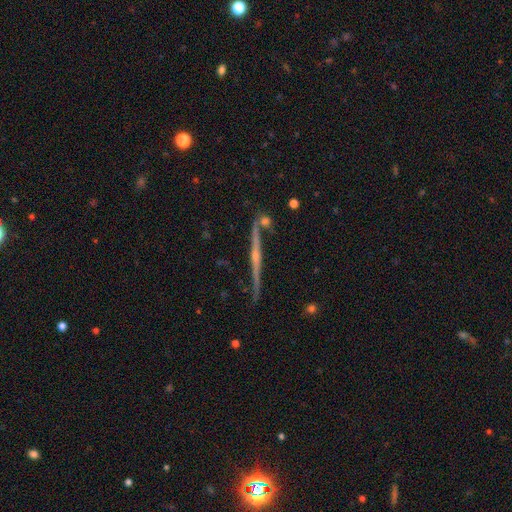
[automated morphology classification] featured or disk 82%, smooth 10%, star or artifact 8%. Down the decision tree: edge-on disk — yes (96%); edge-on bulge — rounded (73%); merging — none (75%).